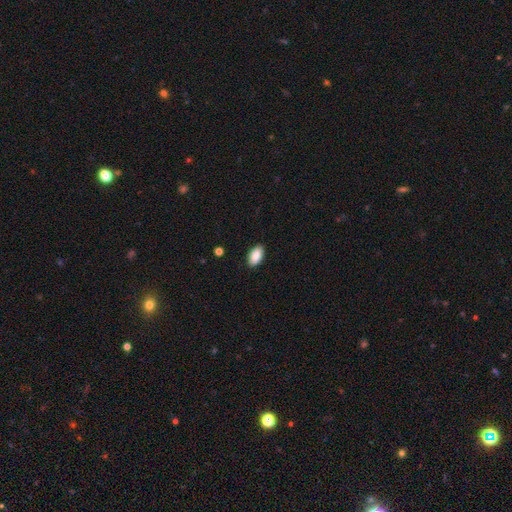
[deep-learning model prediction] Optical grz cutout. It shows a smooth galaxy with no disk features (89%) that is in between round and cigar-shaped (94%). Merging: none (89%).